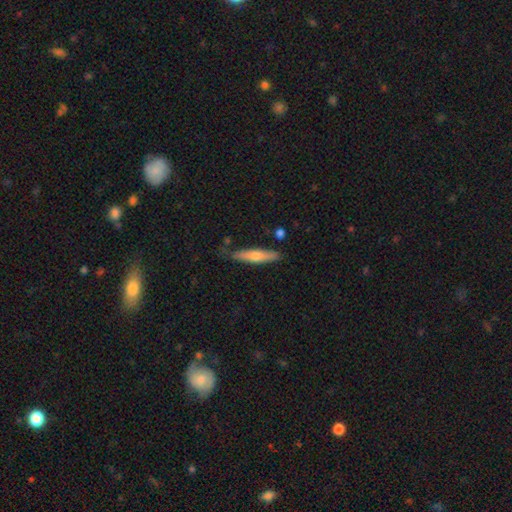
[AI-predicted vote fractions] This appears to be a smooth galaxy with no disk features (59%) that is cigar-shaped (85%). Merging: none (80%).